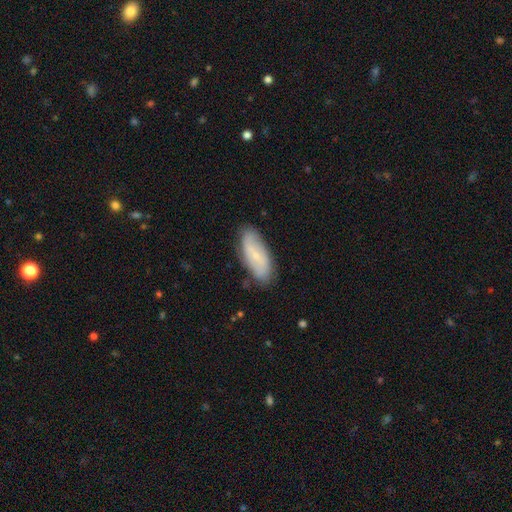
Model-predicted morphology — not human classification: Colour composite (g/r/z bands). It shows a smooth galaxy with no disk features (47%). Merging: none (80%).